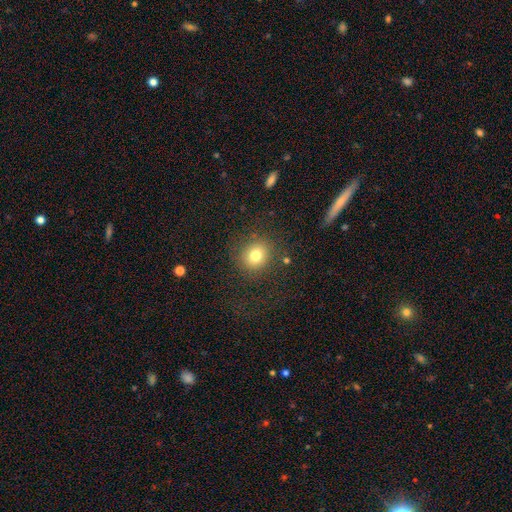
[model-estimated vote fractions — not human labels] Smooth or featured? Predicted: smooth (p=0.78). How rounded? Predicted: round (p=0.81). Merging? Predicted: none (p=0.84).